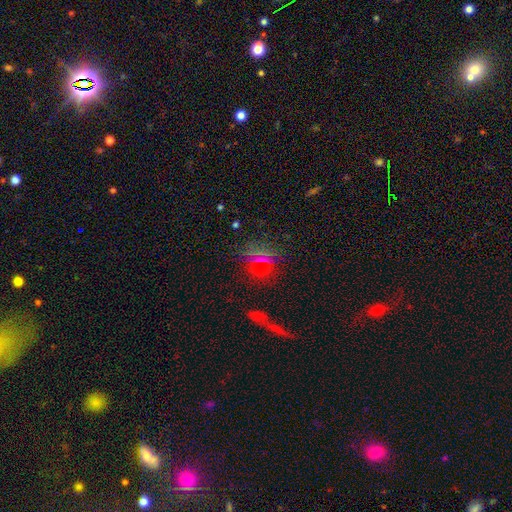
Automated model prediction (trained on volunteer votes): star or artifact 43%, smooth 38%, featured or disk 19%.